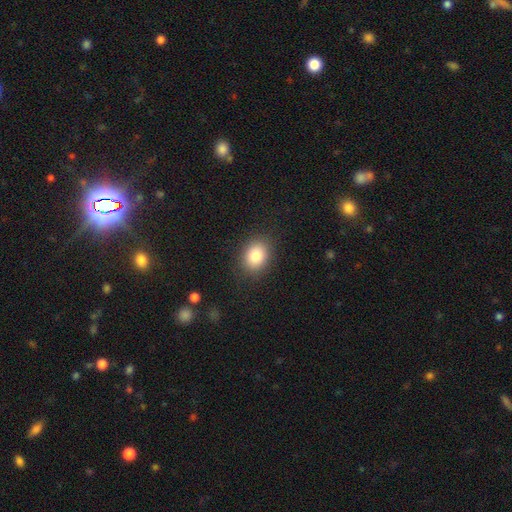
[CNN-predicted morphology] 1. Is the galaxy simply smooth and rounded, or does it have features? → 82% smooth, 10% star or artifact, 8% featured or disk.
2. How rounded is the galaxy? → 54% in between, 45% round, 1% cigar-shaped.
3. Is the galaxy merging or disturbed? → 87% none, 9% minor disturbance, 3% major disturbance, 1% merger.